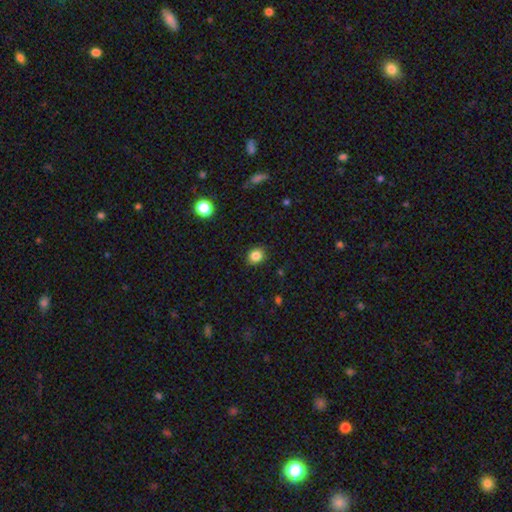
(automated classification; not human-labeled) The model was most divided on "how rounded": round: 70%, in between: 29%, cigar-shaped: 1%. More confident: merging — none (89%); smooth or featured — smooth (84%).